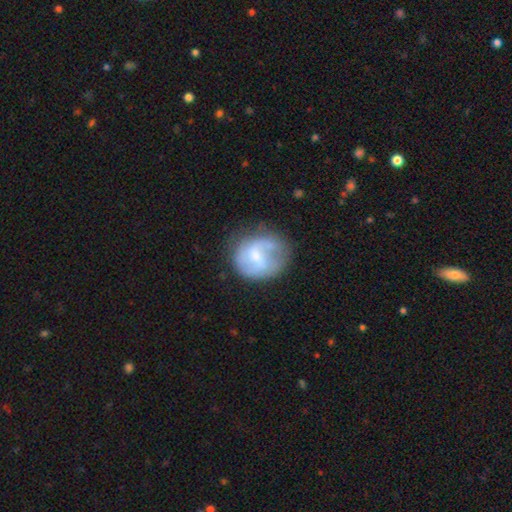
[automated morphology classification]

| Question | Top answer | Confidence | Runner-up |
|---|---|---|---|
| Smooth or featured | featured or disk | 55% | smooth (38%) |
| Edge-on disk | no | 98% | yes (2%) |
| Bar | weak | 47% | no (43%) |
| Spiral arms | yes | 70% | no (30%) |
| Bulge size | small | 43% | moderate (35%) |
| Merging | none | 53% | minor disturbance (27%) |